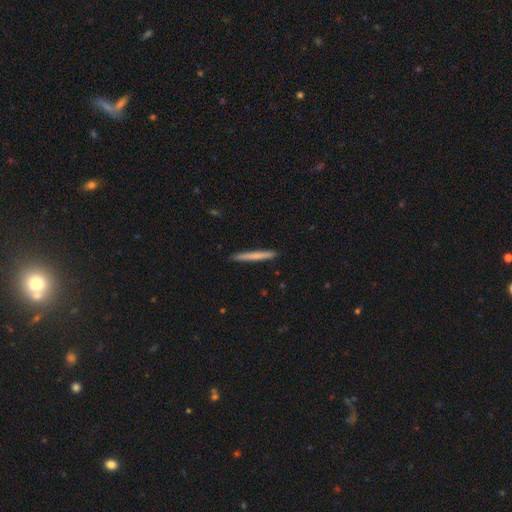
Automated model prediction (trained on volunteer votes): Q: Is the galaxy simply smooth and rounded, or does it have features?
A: smooth — 70%.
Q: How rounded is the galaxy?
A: cigar-shaped — 97%.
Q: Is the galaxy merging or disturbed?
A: none — 91%.